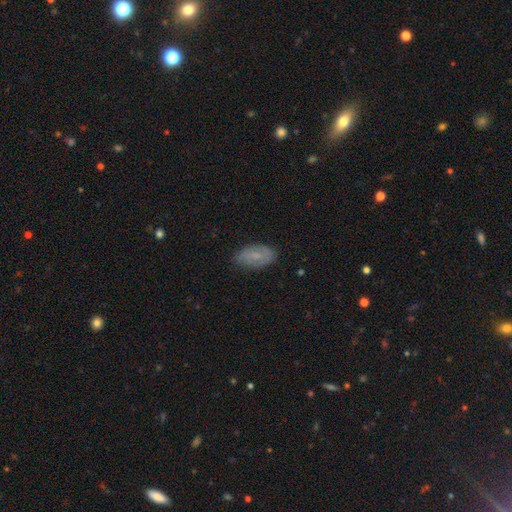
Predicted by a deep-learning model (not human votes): smooth-or-featured: smooth: 65% | featured or disk: 27% | star or artifact: 8%
  how-rounded: in between: 93% | round: 4% | cigar-shaped: 4%
  merging: none: 81% | minor disturbance: 15% | major disturbance: 3% | merger: 1%